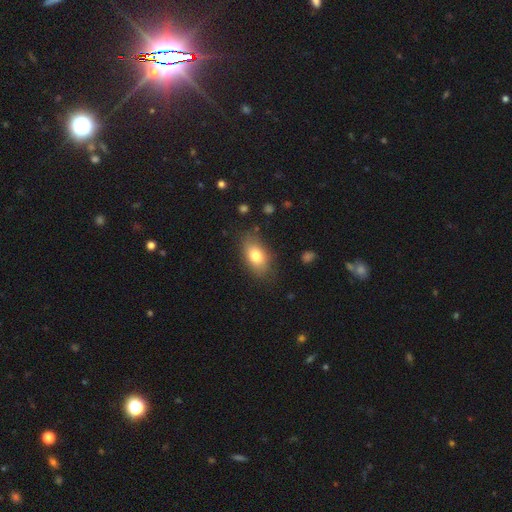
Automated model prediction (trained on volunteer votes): This appears to be a smooth galaxy with no disk features (78%) that is in between round and cigar-shaped (87%). Merging: none (78%).